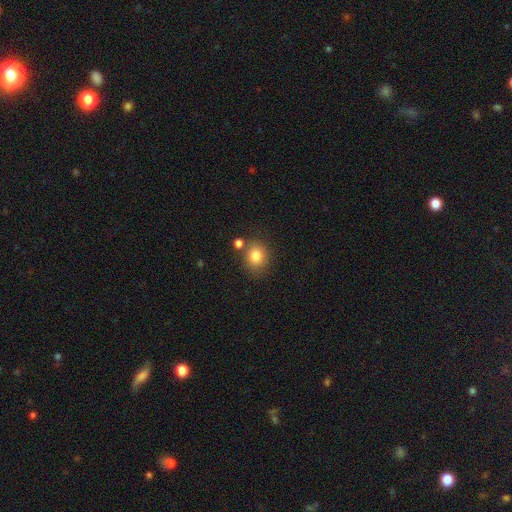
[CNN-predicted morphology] The model was most divided on "how rounded": round: 71%, in between: 28%, cigar-shaped: 1%. More confident: smooth or featured — smooth (83%); merging — none (70%).